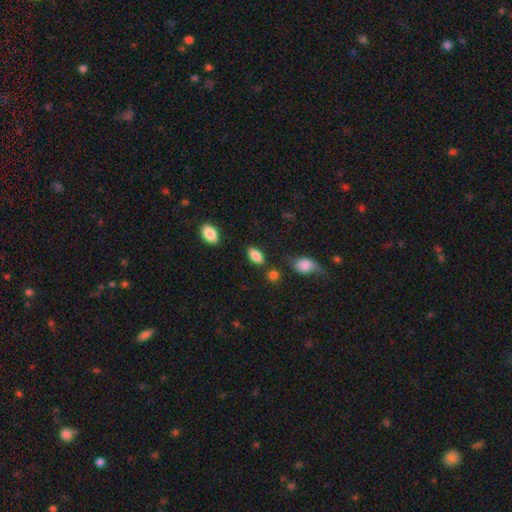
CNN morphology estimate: Smooth or featured: smooth — 82% (featured or disk — 10%)
How rounded: in between — 90% (cigar-shaped — 5%)
Merging: none — 78% (minor disturbance — 13%)